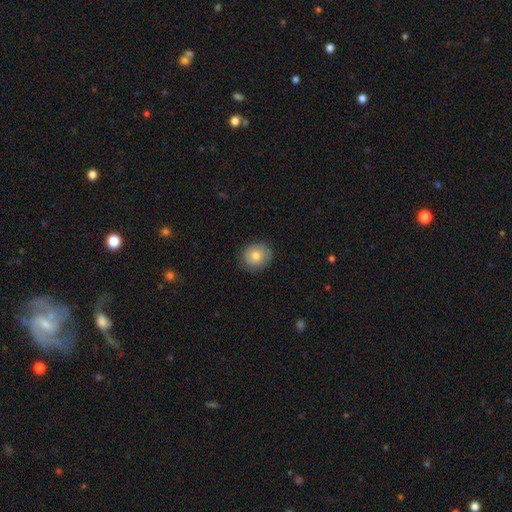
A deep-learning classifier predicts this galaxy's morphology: smooth-or-featured: smooth: 77% | featured or disk: 15% | star or artifact: 8%
  how-rounded: round: 78% | in between: 21% | cigar-shaped: 1%
  merging: none: 83% | minor disturbance: 13% | major disturbance: 3% | merger: 1%